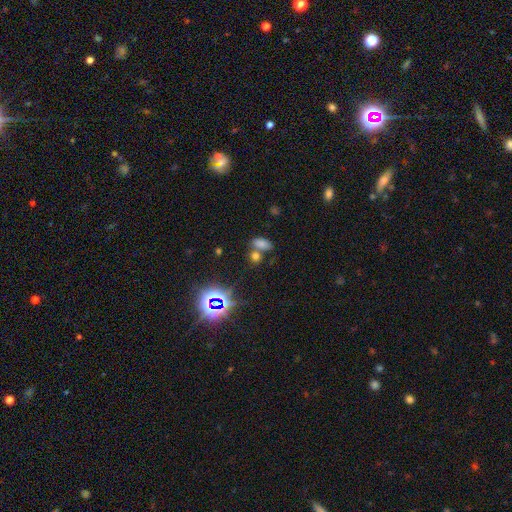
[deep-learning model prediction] smooth_or_featured: smooth (p=0.65) [alt: star or artifact p=0.28]
how_rounded: in between (p=0.80) [alt: round p=0.16]
merging: none (p=0.54) [alt: merger p=0.32]